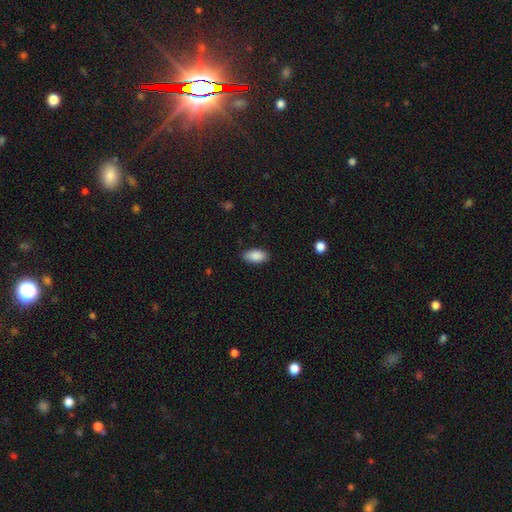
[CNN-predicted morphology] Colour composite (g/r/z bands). It shows a smooth galaxy with no disk features (89%) that is in between round and cigar-shaped (93%). Merging: none (86%).